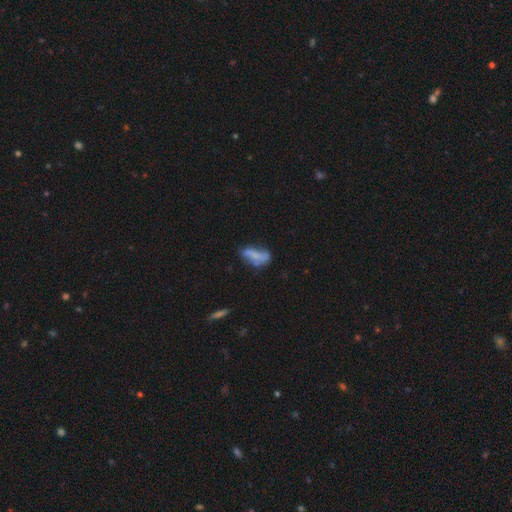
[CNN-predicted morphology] Smooth or featured: smooth — 56% (featured or disk — 34%)
How rounded: in between — 75% (cigar-shaped — 21%)
Merging: none — 39% (minor disturbance — 28%)